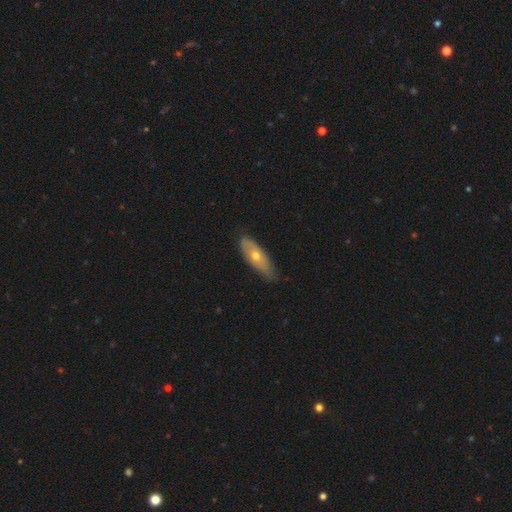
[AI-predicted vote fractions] The model was most divided on "smooth or featured": smooth: 51%, featured or disk: 43%, star or artifact: 6%. More confident: merging — none (70%); how rounded — in between (57%).